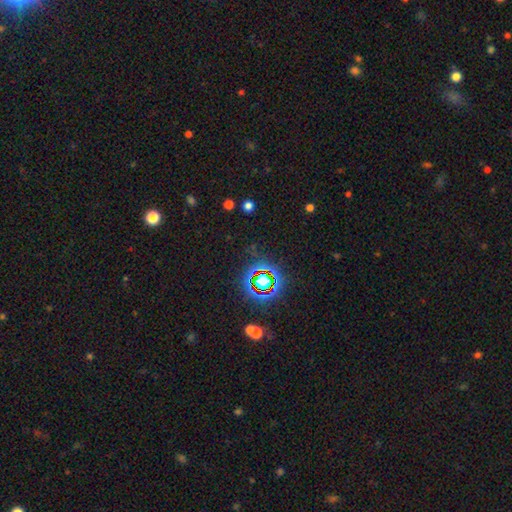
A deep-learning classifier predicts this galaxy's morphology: A star or artifact, not a galaxy (74%).

Vote fractions:
- Smooth or featured? star or artifact: 74% / smooth: 15% / featured or disk: 11%